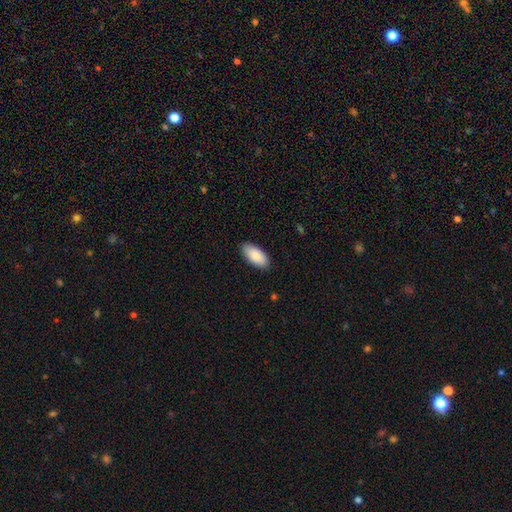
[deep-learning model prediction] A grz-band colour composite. It shows a smooth galaxy with no disk features (88%) that is in between round and cigar-shaped (92%). Merging: none (88%).